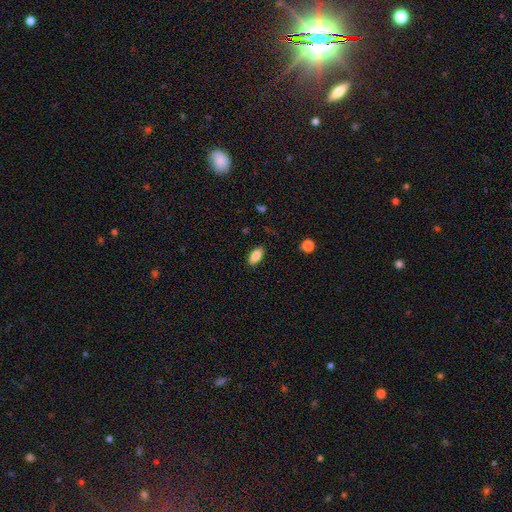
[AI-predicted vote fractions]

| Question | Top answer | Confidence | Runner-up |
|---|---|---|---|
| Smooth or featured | smooth | 84% | featured or disk (9%) |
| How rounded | in between | 88% | cigar-shaped (9%) |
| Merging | none | 86% | minor disturbance (10%) |